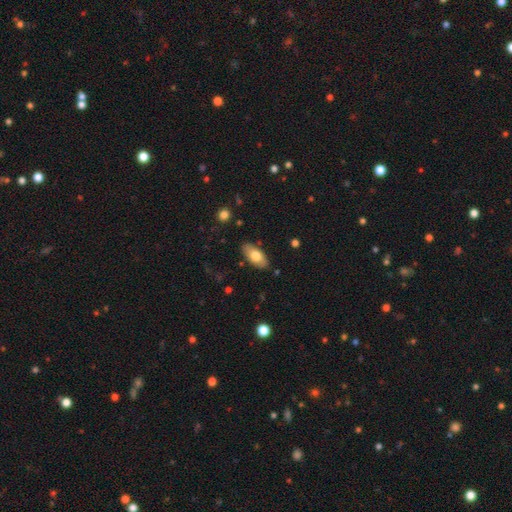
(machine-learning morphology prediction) Smooth or featured? Predicted: smooth (p=0.73). How rounded? Predicted: in between (p=0.90). Merging? Predicted: none (p=0.85).